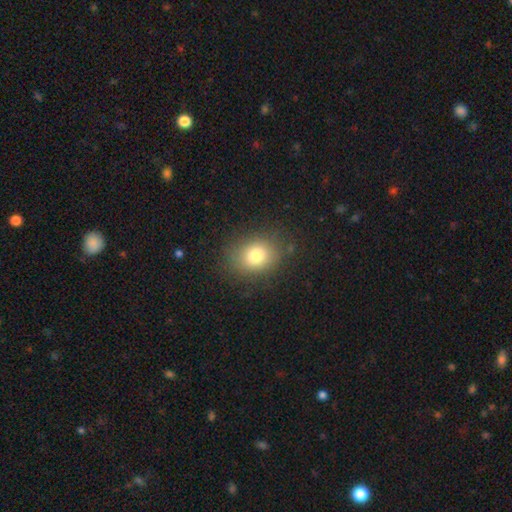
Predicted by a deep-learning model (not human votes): Q: Smooth or featured?
A: smooth (78%); runner-up: star or artifact (12%)
Q: How rounded?
A: round (55%); runner-up: in between (44%)
Q: Merging?
A: none (81%); runner-up: minor disturbance (12%)